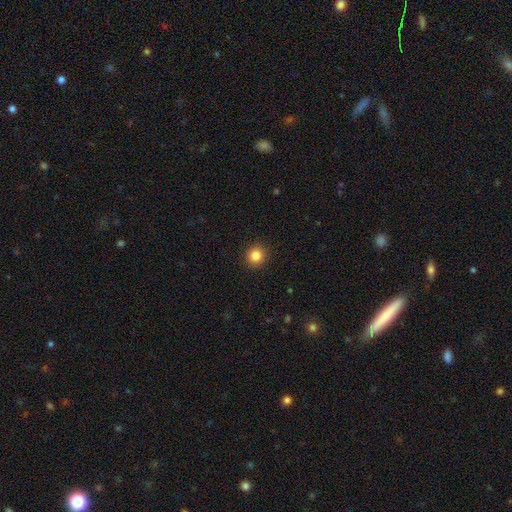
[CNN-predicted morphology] A smooth galaxy with no disk features (85%) that is round (92%). Merging: none (92%).